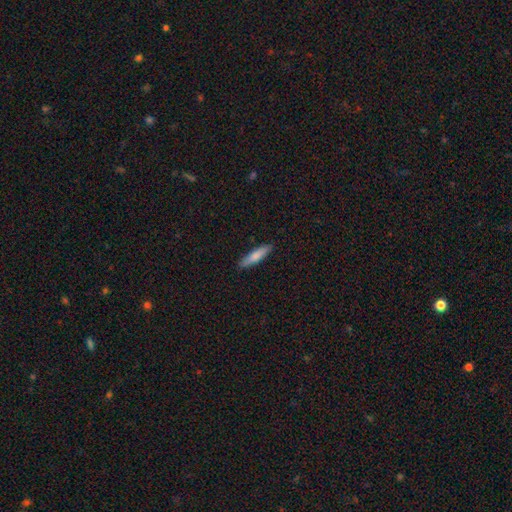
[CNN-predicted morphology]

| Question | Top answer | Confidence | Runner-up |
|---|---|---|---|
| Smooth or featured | smooth | 77% | featured or disk (17%) |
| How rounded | cigar-shaped | 82% | in between (16%) |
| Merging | none | 89% | minor disturbance (8%) |